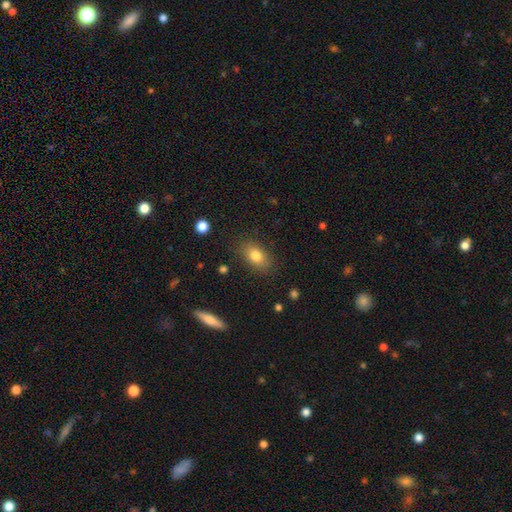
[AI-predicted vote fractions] Overall: smooth (81%). How rounded: in between (84%). Merging: none (84%).